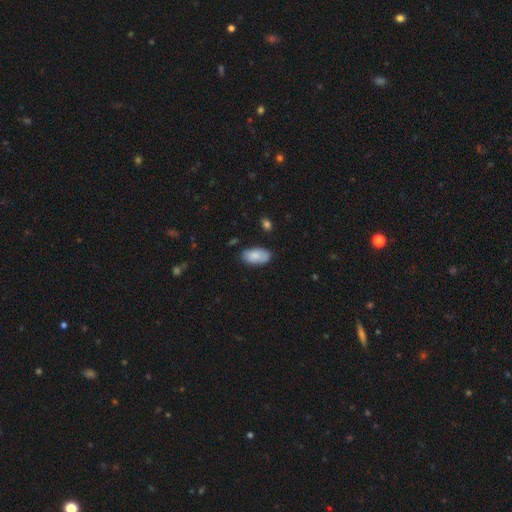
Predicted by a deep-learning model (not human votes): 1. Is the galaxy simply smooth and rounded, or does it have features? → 83% smooth, 11% featured or disk, 6% star or artifact.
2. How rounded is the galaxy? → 95% in between, 3% round, 2% cigar-shaped.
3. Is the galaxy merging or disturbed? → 77% none, 18% minor disturbance, 3% major disturbance, 2% merger.